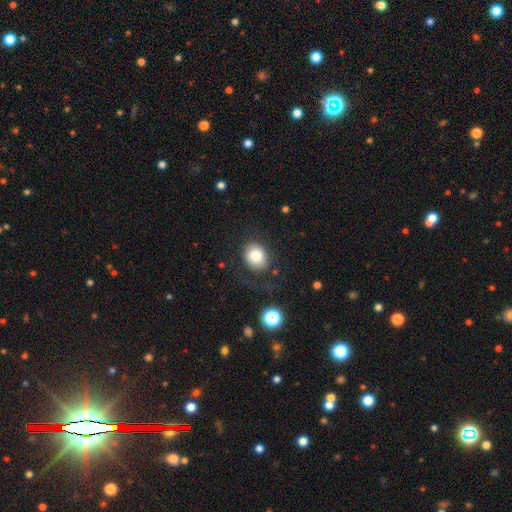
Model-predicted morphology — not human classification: Smooth or featured? smooth (81%)
How rounded? round (52%)
Merging? none (73%)